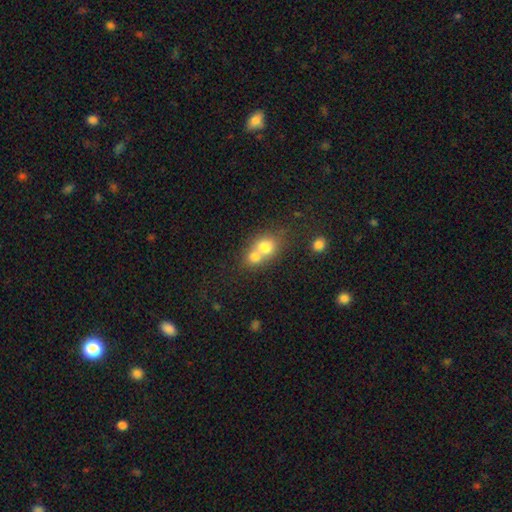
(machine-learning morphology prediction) Smooth or featured? smooth (62%)
How rounded? round (71%)
Merging? merger (56%)